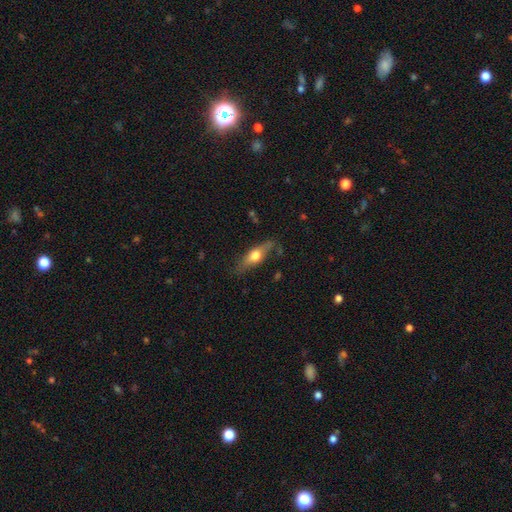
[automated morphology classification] A smooth galaxy with no disk features (54%) that is in between round and cigar-shaped (51%). Merging: none (74%).